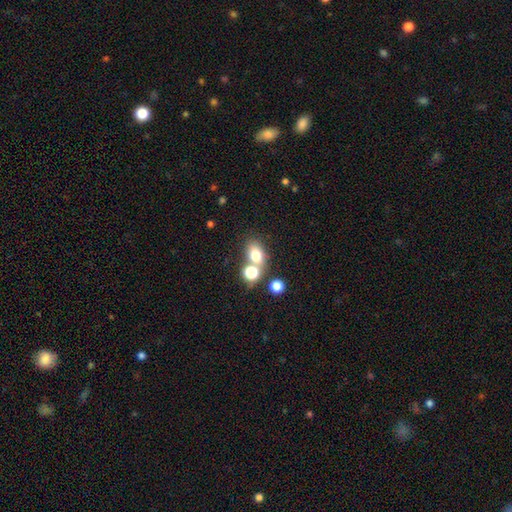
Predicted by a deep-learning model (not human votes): The model was most divided on "merging": none: 53%, merger: 33%, minor disturbance: 10%, major disturbance: 5%. More confident: smooth or featured — smooth (74%); how rounded — in between (63%).